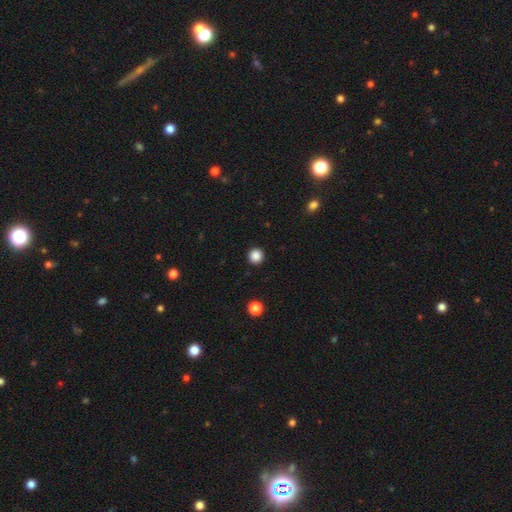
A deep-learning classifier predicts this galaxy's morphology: type=smooth (86%); roundness=round (95%); merging=none (93%).